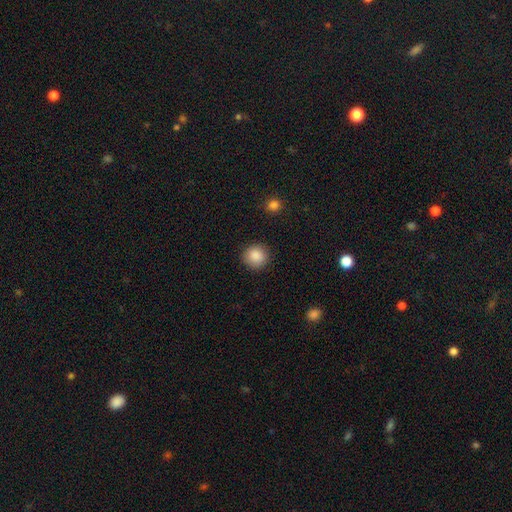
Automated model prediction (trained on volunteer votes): This appears to be a smooth galaxy with no disk features (88%) that is round (92%). Merging: none (90%).